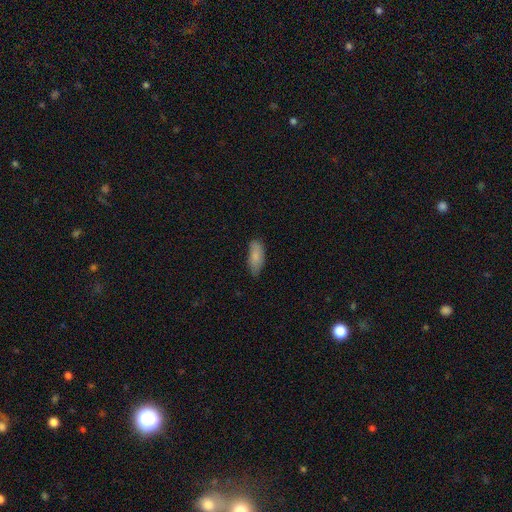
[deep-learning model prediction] Morphology: type=smooth (84%); roundness=in between (78%); merging=none (70%).